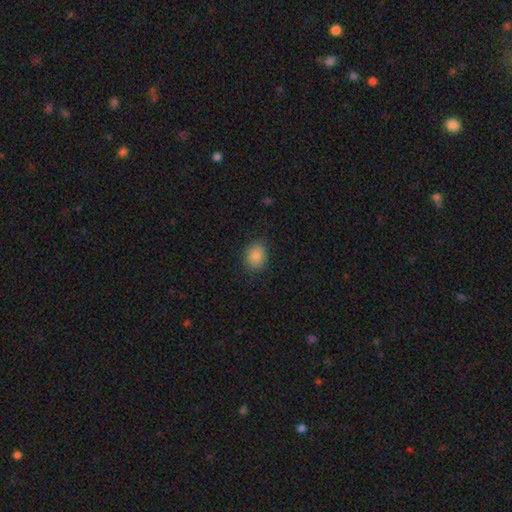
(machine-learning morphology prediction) The model was most divided on "how rounded": round: 51%, in between: 48%, cigar-shaped: 1%. More confident: smooth or featured — smooth (86%); merging — none (85%).